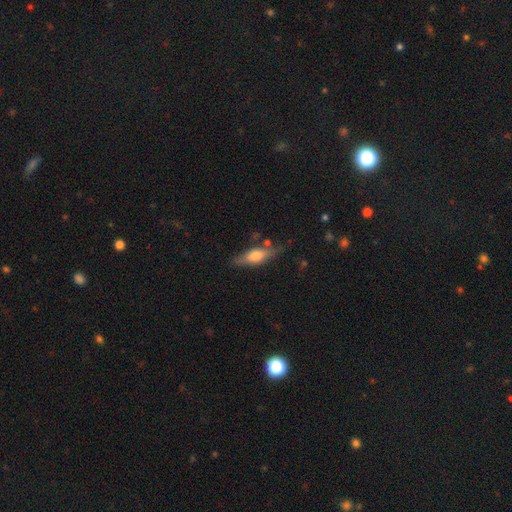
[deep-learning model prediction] Smooth or featured? smooth (52%)
How rounded? cigar-shaped (49%)
Merging? none (72%)